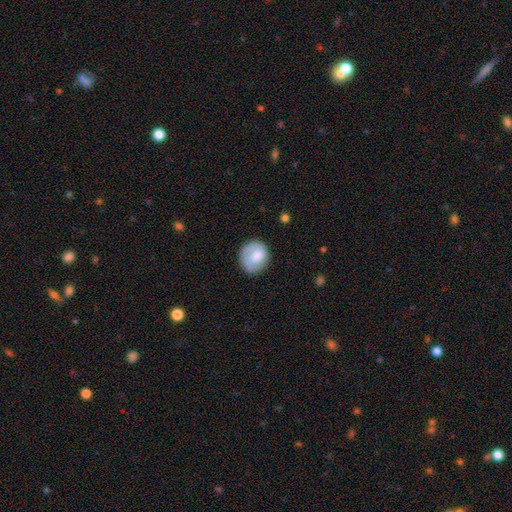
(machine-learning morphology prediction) Overall: smooth (73%). How rounded: round (75%). Merging: none (73%).